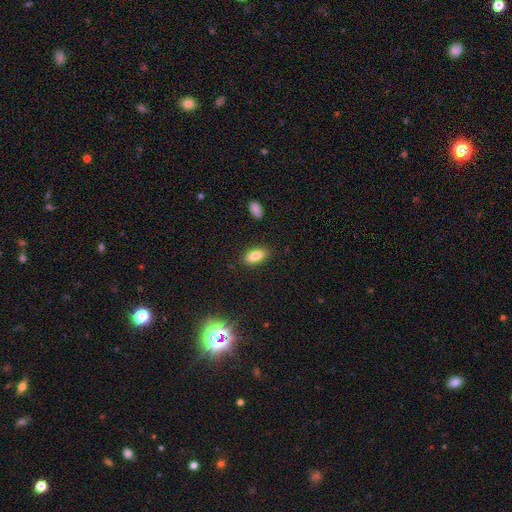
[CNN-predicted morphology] Smooth or featured?
  - smooth: 80% *
  - featured or disk: 11%
  - star or artifact: 9%
How rounded?
  - in between: 88% *
  - cigar-shaped: 8%
  - round: 4%
Merging?
  - none: 85% *
  - minor disturbance: 11%
  - major disturbance: 2%
  - merger: 2%